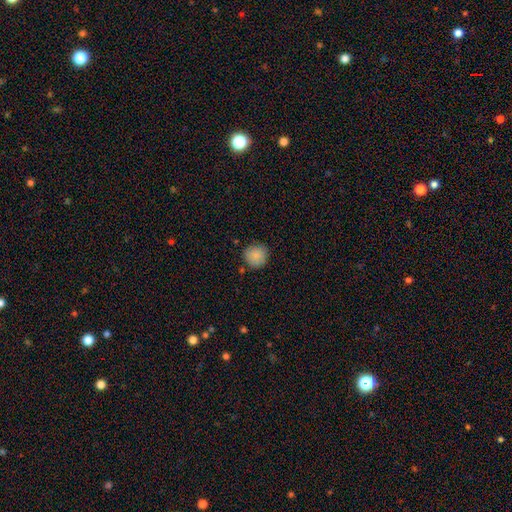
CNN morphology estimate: Smooth or featured? Predicted: smooth (p=0.87). How rounded? Predicted: round (p=0.92). Merging? Predicted: none (p=0.84).